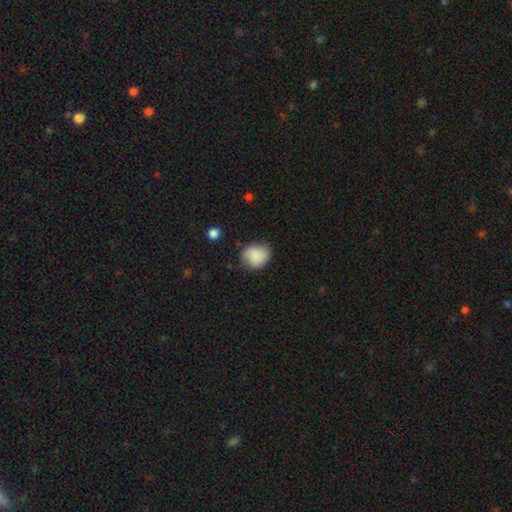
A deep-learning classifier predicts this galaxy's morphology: type=smooth (77%); roundness=round (68%); merging=none (72%).